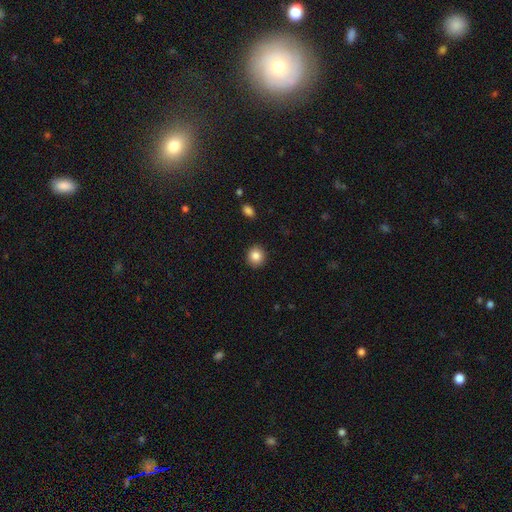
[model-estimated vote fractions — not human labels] smooth 85%, star or artifact 9%, featured or disk 5%. Down the decision tree: how rounded — round (87%); merging — none (91%).